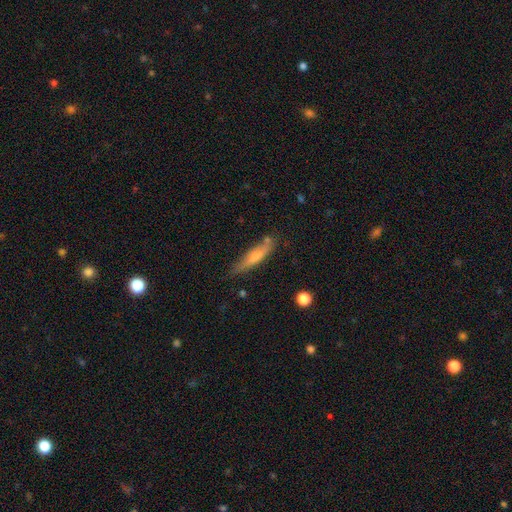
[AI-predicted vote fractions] A smooth galaxy with no disk features (62%) that is cigar-shaped (83%). Merging: none (65%).